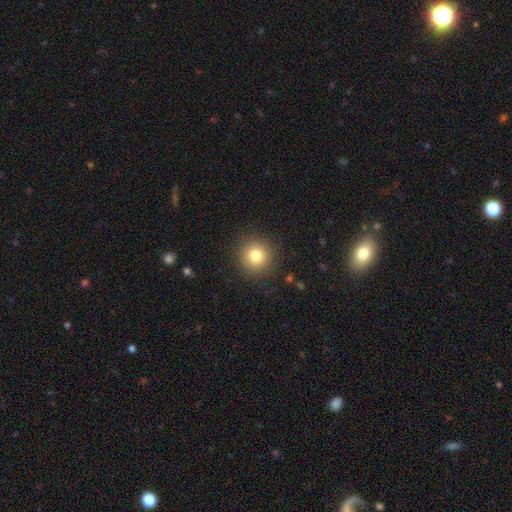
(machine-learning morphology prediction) This is clearly a smooth galaxy (81%). How rounded: clearly round (93%). Merging: clearly none (89%).